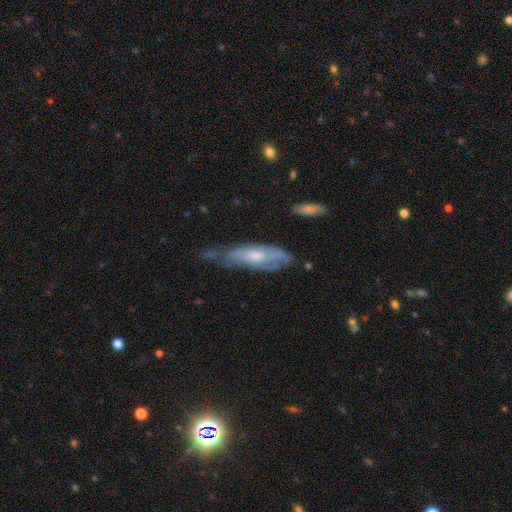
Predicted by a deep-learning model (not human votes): Smooth or featured?
  - featured or disk: 61% *
  - smooth: 32%
  - star or artifact: 7%
Edge-on disk?
  - no: 70% *
  - yes: 30%
Merging?
  - none: 42% *
  - minor disturbance: 36%
  - major disturbance: 19%
  - merger: 3%